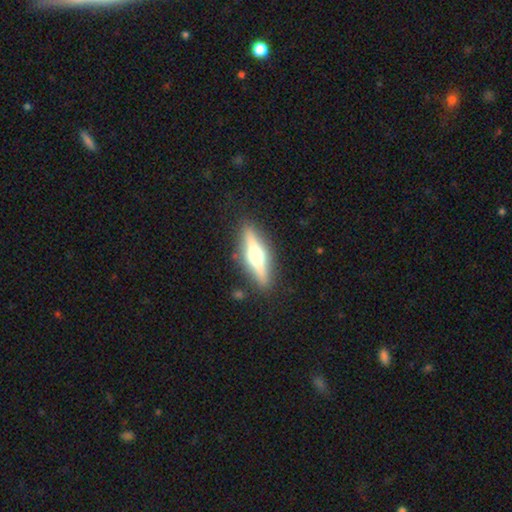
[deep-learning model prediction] Overall: featured or disk (68%). Edge-on disk: yes (94%). Edge-on bulge: rounded (96%). Merging: none (88%).